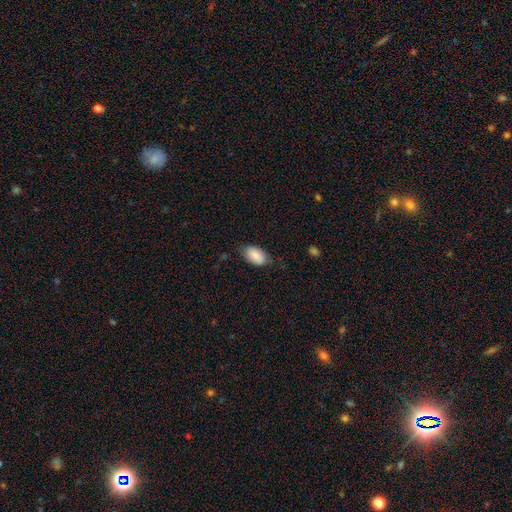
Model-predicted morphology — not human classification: Smooth or featured? smooth (81%)
How rounded? in between (93%)
Merging? none (69%)